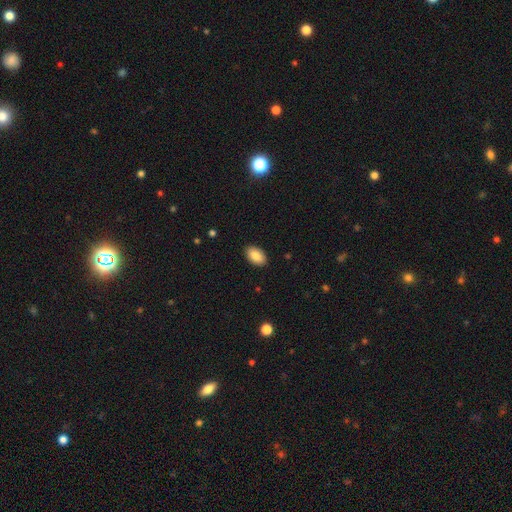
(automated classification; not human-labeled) Smooth or featured: smooth — 87% (star or artifact — 7%)
How rounded: in between — 94% (round — 5%)
Merging: none — 89% (minor disturbance — 8%)